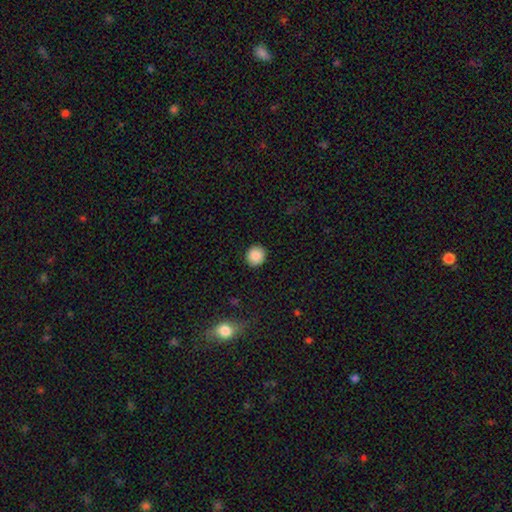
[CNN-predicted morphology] This appears to be a smooth galaxy with no disk features (89%) that is round (90%). Merging: none (92%).